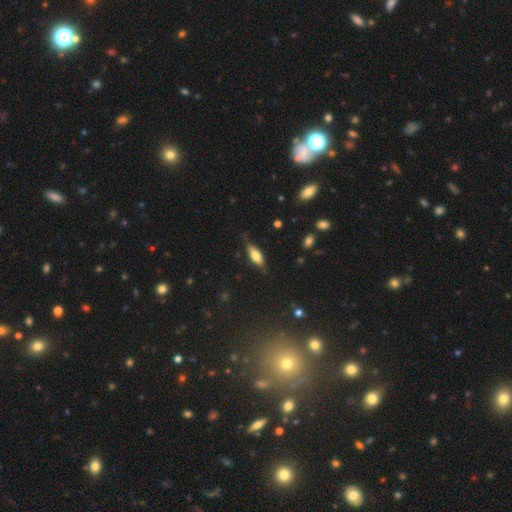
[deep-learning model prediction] This is likely a smooth galaxy (65%). How rounded: possibly in between (60%). Merging: likely none (77%).